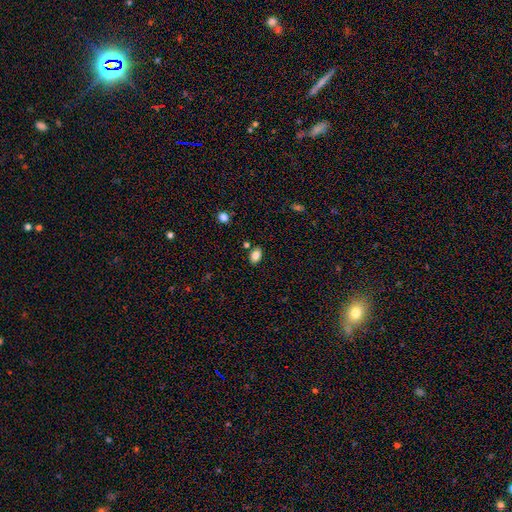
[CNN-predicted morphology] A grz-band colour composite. It shows a smooth galaxy with no disk features (83%) that is in between round and cigar-shaped (87%). Merging: none (83%).